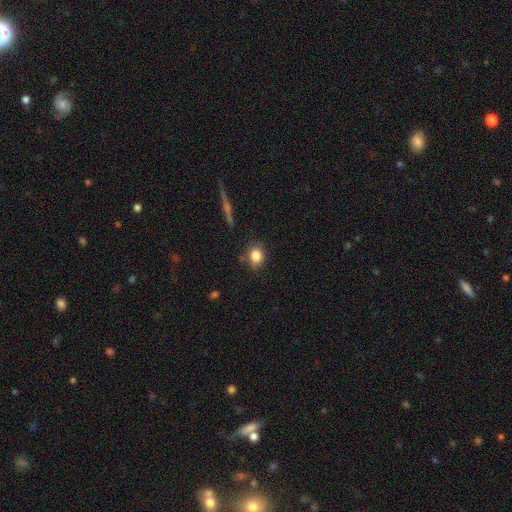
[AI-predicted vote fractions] Overall: smooth (82%). How rounded: round (59%; in between 39%). Merging: none (76%).